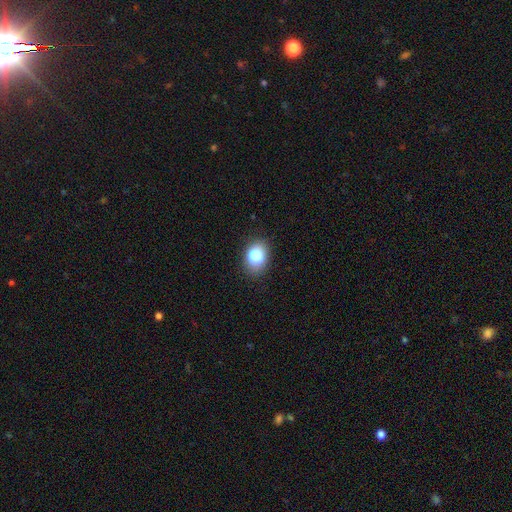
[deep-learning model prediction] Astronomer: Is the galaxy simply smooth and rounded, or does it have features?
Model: smooth — 85%.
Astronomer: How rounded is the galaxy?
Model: in between — 71%.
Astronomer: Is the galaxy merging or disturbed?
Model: none — 83%.